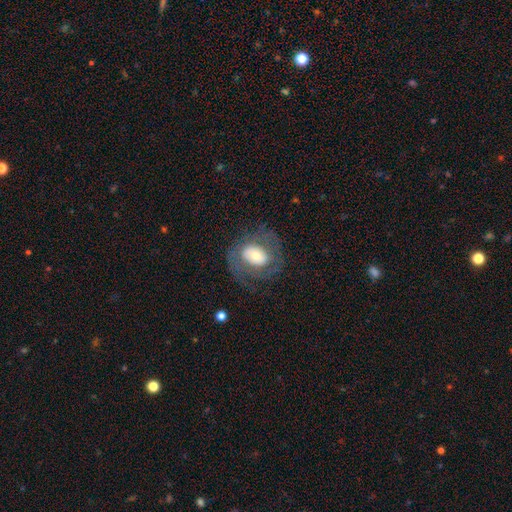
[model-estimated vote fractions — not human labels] Morphology: type=featured or disk (46%, tied with smooth); merging=none (63%).